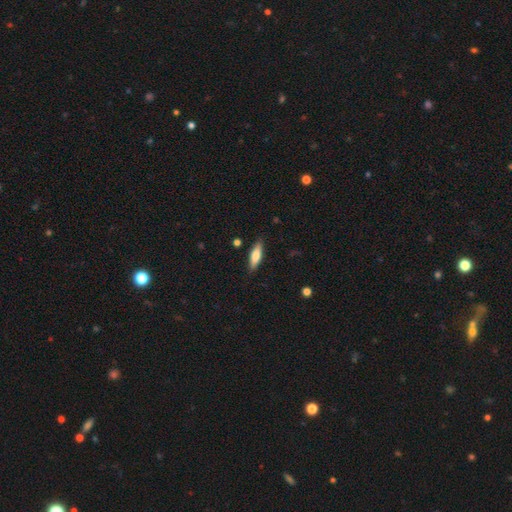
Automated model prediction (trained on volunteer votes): smooth 70%, featured or disk 24%, star or artifact 6%. Down the decision tree: how rounded — cigar-shaped (57%); merging — none (86%).